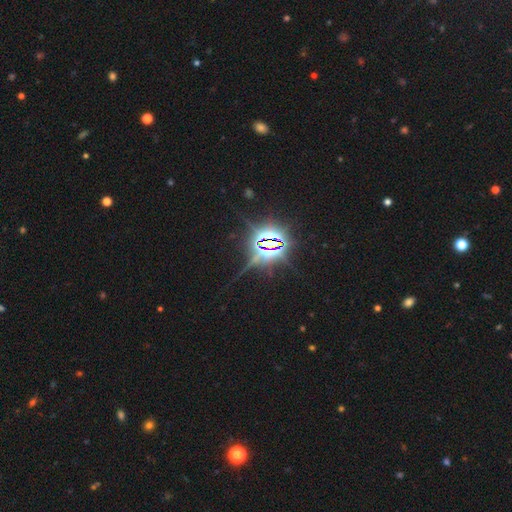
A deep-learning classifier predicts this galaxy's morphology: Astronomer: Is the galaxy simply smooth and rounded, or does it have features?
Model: star or artifact — 87%.